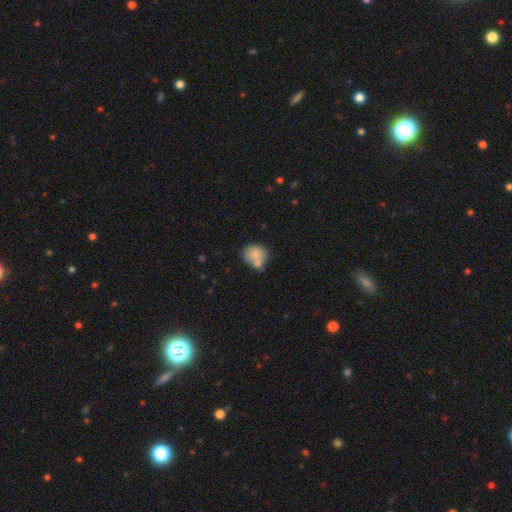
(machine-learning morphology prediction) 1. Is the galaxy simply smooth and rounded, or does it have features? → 78% smooth, 13% featured or disk, 8% star or artifact.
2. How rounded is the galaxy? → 70% round, 29% in between, 1% cigar-shaped.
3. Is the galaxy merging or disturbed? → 44% none, 36% merger, 15% minor disturbance, 5% major disturbance.